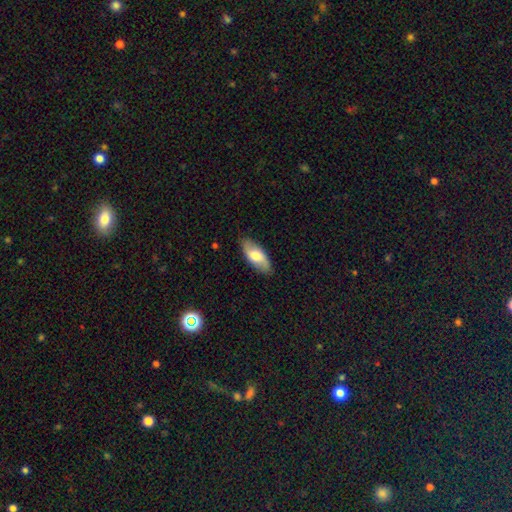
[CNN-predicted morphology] Q: Smooth or featured?
A: smooth (59%); runner-up: featured or disk (35%)
Q: How rounded?
A: in between (83%); runner-up: cigar-shaped (14%)
Q: Merging?
A: none (85%); runner-up: minor disturbance (12%)